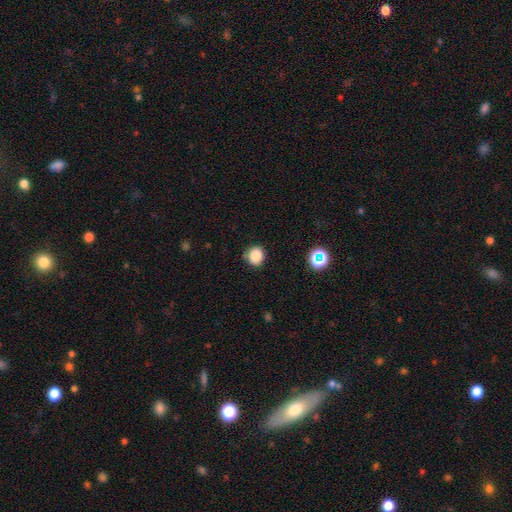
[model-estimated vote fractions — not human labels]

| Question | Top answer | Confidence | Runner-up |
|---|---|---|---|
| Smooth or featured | smooth | 84% | star or artifact (12%) |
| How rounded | round | 80% | in between (19%) |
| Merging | none | 83% | minor disturbance (13%) |